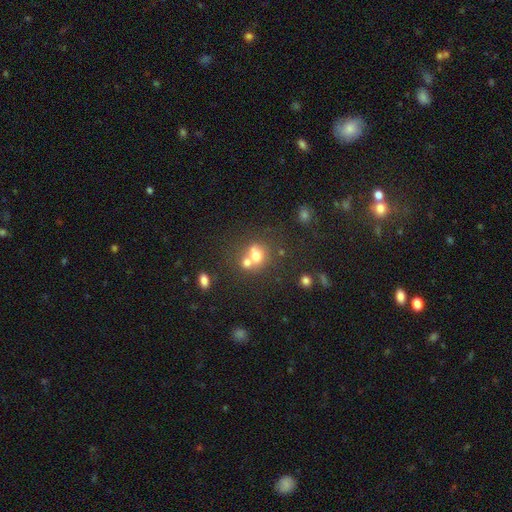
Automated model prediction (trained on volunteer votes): Q: Smooth or featured?
A: smooth (65%); runner-up: featured or disk (20%)
Q: How rounded?
A: round (68%); runner-up: in between (31%)
Q: Merging?
A: merger (54%); runner-up: none (33%)